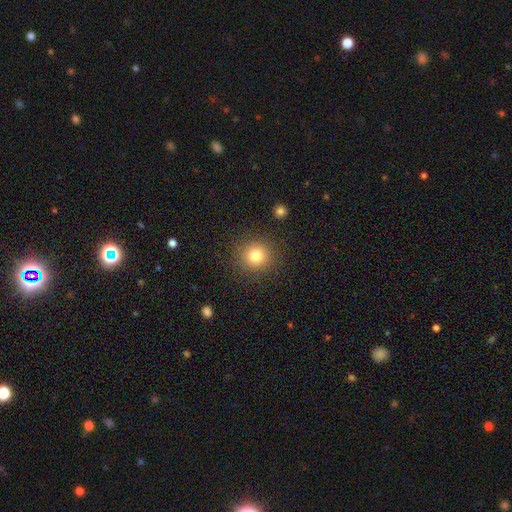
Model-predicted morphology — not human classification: type=smooth (79%); roundness=round (93%); merging=none (89%).